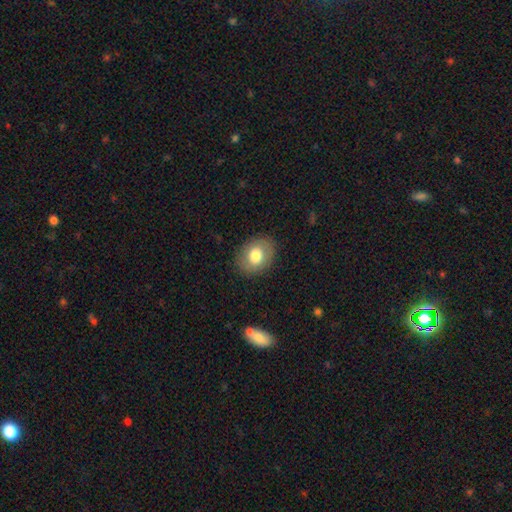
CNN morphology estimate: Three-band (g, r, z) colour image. It shows a smooth galaxy with no disk features (75%) that is in between round and cigar-shaped (56%). Merging: none (86%).